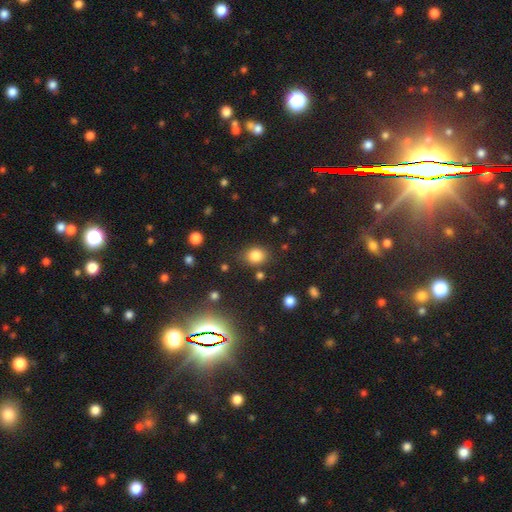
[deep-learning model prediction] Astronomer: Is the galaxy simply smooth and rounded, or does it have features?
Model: smooth — 82%.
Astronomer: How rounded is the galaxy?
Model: round — 59% (runner-up: in between, 40%).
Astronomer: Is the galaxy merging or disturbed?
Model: none — 79%.